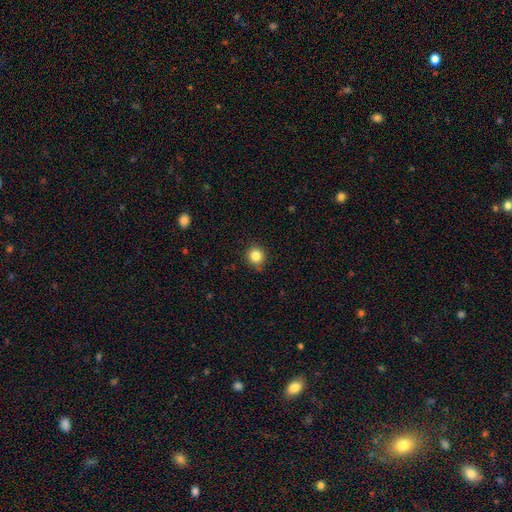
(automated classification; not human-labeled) This is clearly a smooth galaxy (84%). How rounded: clearly round (92%). Merging: clearly none (87%).